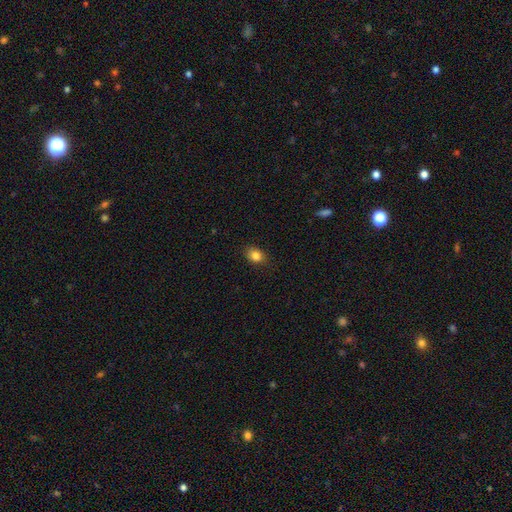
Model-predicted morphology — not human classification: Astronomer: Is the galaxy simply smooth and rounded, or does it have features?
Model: smooth — 83%.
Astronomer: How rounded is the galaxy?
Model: in between — 62%.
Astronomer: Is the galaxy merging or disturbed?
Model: none — 84%.